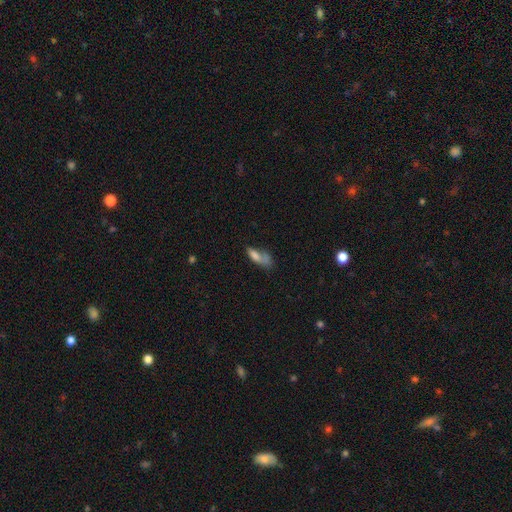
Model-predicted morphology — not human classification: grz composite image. It shows a smooth galaxy with no disk features (67%) that is in between round and cigar-shaped (64%). Merging: merger (31%).